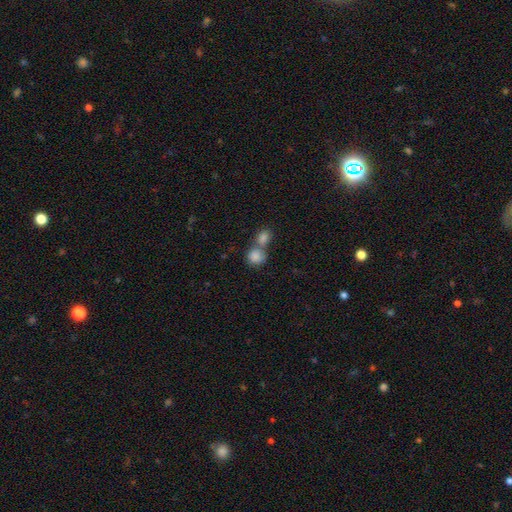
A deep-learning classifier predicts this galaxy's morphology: A smooth galaxy with no disk features (85%) that is round (77%). Merging: merger (59%).